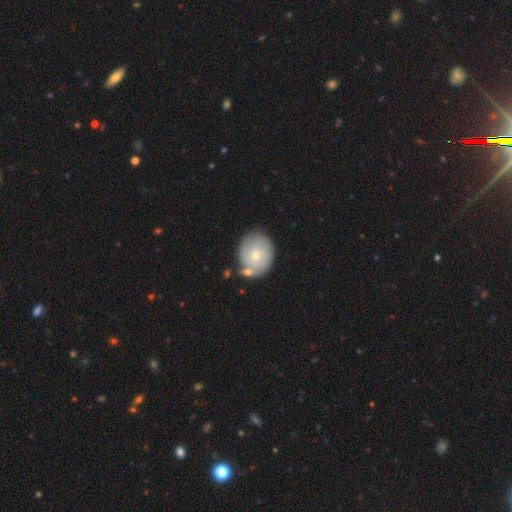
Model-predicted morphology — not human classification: This appears to be a featured or disk galaxy (47%, tied with smooth). Merging: none (67%).